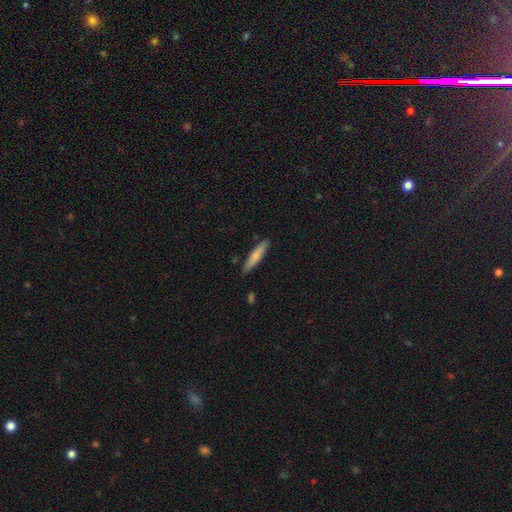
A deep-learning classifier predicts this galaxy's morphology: A smooth galaxy with no disk features (76%) that is cigar-shaped (89%).

Vote fractions:
- Smooth or featured? smooth: 76% / featured or disk: 19% / star or artifact: 6%
- How rounded? cigar-shaped: 89% / in between: 10% / round: 1%
- Merging? none: 87% / minor disturbance: 9% / major disturbance: 2% / merger: 2%